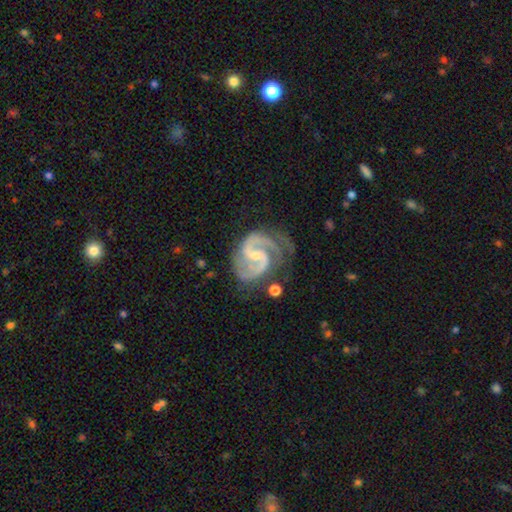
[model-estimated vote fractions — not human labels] Smooth or featured: featured or disk — 93% (star or artifact — 4%)
Edge-on disk: no — 98% (yes — 2%)
Bar: weak — 53% (no — 27%)
Spiral arms: yes — 99% (no — 1%)
Spiral winding: medium — 59% (tight — 29%)
Spiral arm count: 2 — 89% (3 — 5%)
Bulge size: small — 63% (moderate — 28%)
Merging: none — 65% (minor disturbance — 22%)